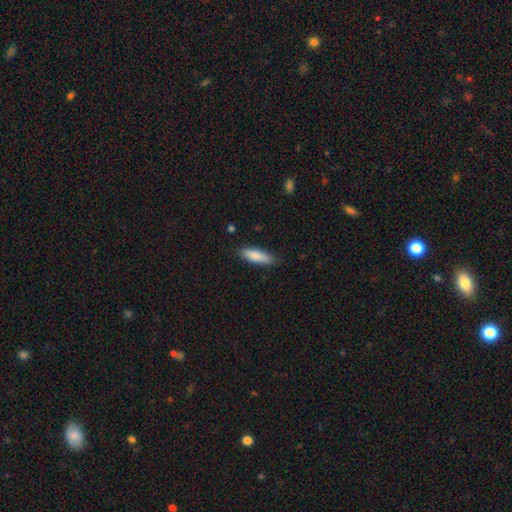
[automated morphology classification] This appears to be a smooth galaxy with no disk features (86%) that is cigar-shaped (51%). Merging: none (83%).